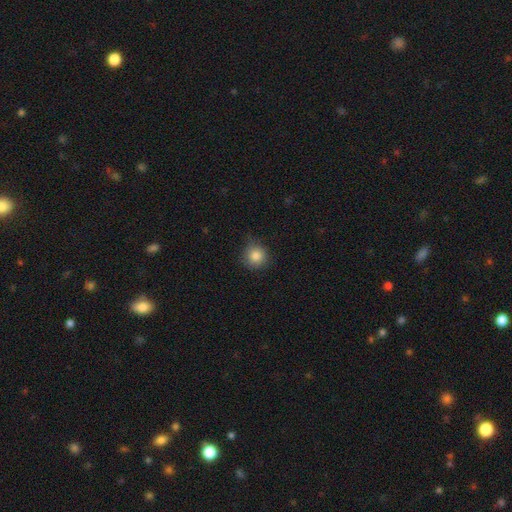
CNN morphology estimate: Overall: smooth (84%). How rounded: round (92%). Merging: none (80%).